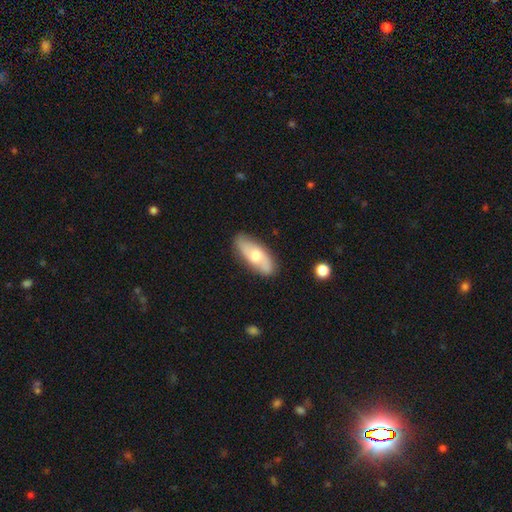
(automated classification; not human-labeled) This appears to be a smooth galaxy with no disk features (50%) that is in between round and cigar-shaped (78%). Merging: none (82%).